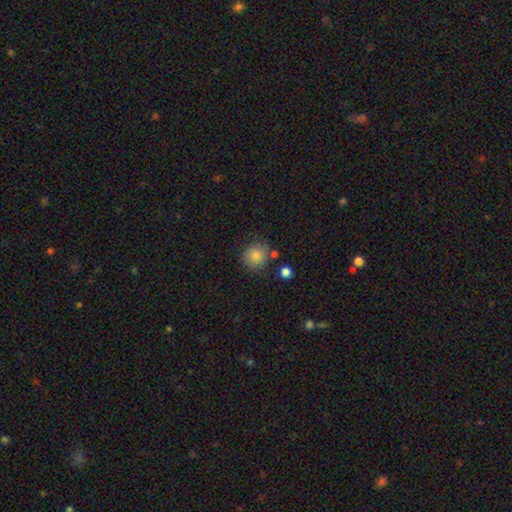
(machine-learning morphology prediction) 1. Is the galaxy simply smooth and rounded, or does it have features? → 82% smooth, 11% star or artifact, 7% featured or disk.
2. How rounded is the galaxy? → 90% round, 9% in between, 1% cigar-shaped.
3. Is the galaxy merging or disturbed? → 79% none, 11% minor disturbance, 6% merger, 3% major disturbance.